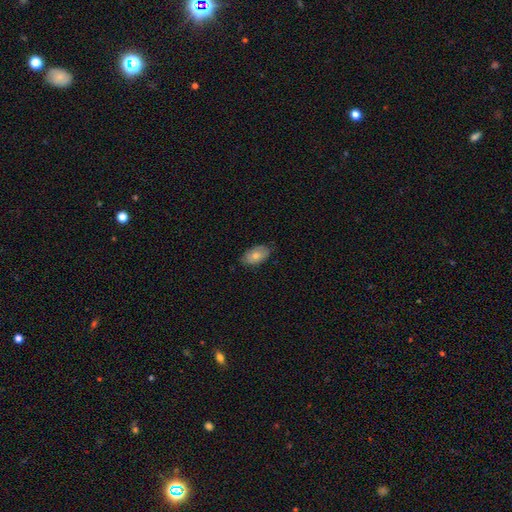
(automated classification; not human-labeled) This is likely a smooth galaxy (74%). How rounded: clearly in between (93%). Merging: likely none (78%).